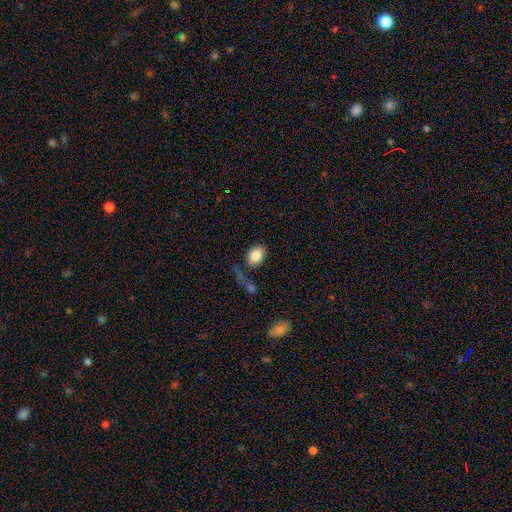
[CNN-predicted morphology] smooth-or-featured: smooth: 84% | featured or disk: 9% | star or artifact: 8%
  how-rounded: in between: 71% | round: 28% | cigar-shaped: 1%
  merging: none: 67% | minor disturbance: 15% | merger: 10% | major disturbance: 8%